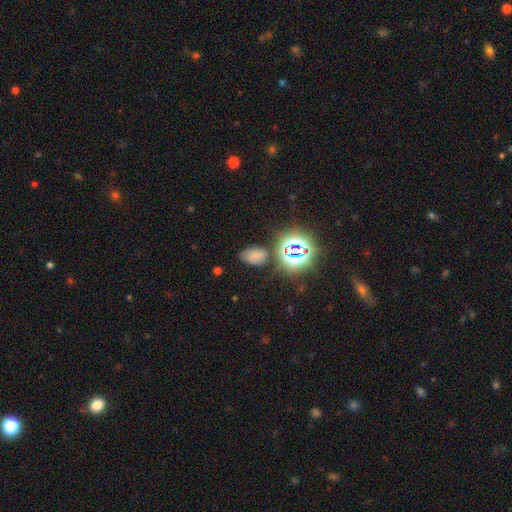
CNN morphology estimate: smooth_or_featured: smooth (p=0.63) [alt: star or artifact p=0.29]
how_rounded: in between (p=0.87) [alt: round p=0.12]
merging: none (p=0.69) [alt: minor disturbance p=0.18]